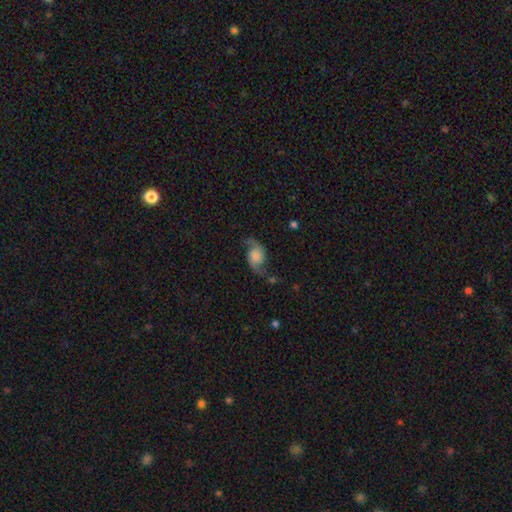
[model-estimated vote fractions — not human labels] featured or disk 75%, smooth 17%, star or artifact 8%. Down the decision tree: edge-on disk — no (97%); bar — no (72%); spiral arms — yes (95%); spiral arm count — 2 (93%); spiral winding — loose (74%); bulge size — small (28%); merging — none (66%).